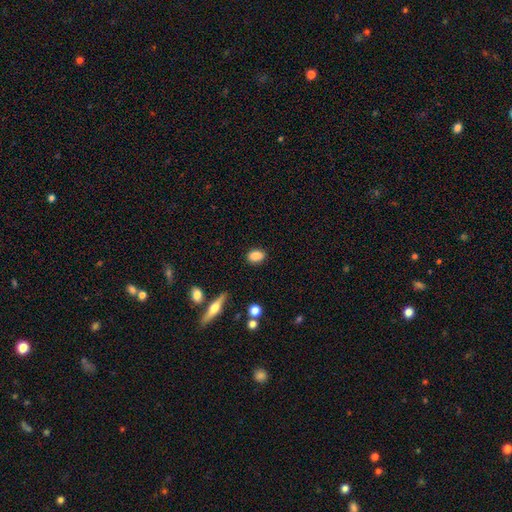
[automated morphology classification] Q: Smooth or featured?
A: smooth (86%); runner-up: star or artifact (8%)
Q: How rounded?
A: in between (79%); runner-up: round (19%)
Q: Merging?
A: none (85%); runner-up: minor disturbance (11%)